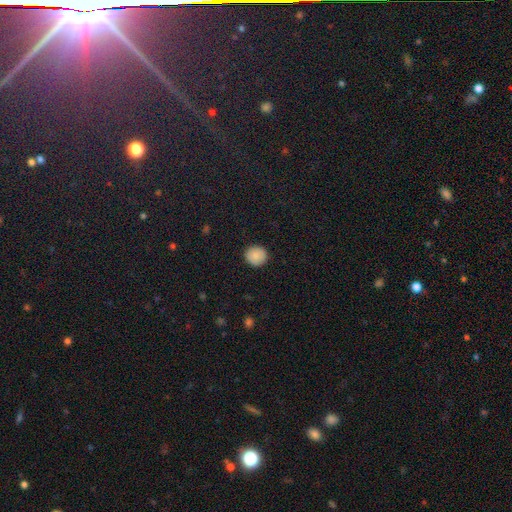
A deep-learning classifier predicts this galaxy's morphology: Overall: smooth (87%). How rounded: round (90%). Merging: none (91%).